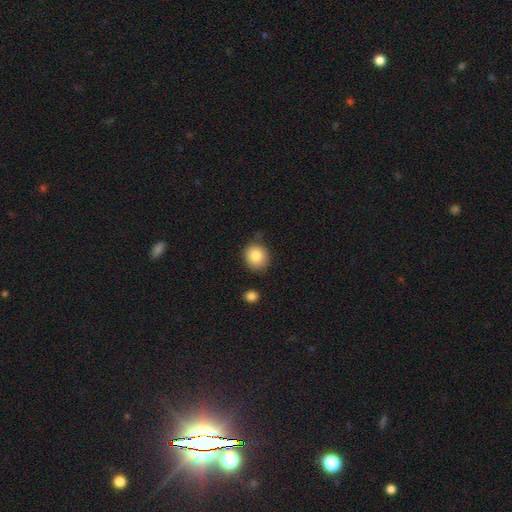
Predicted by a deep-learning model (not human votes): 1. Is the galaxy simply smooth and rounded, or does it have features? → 84% smooth, 9% star or artifact, 7% featured or disk.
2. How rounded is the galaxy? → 79% round, 20% in between, 1% cigar-shaped.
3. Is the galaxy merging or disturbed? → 77% none, 16% minor disturbance, 4% merger, 4% major disturbance.